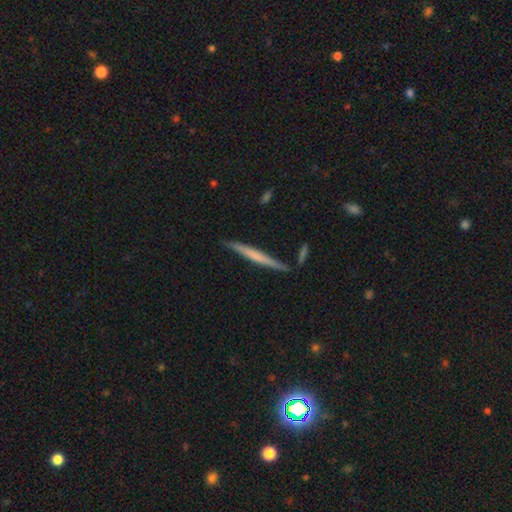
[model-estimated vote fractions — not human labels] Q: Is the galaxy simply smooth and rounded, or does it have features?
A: smooth — 48%.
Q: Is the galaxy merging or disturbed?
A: none — 86%.